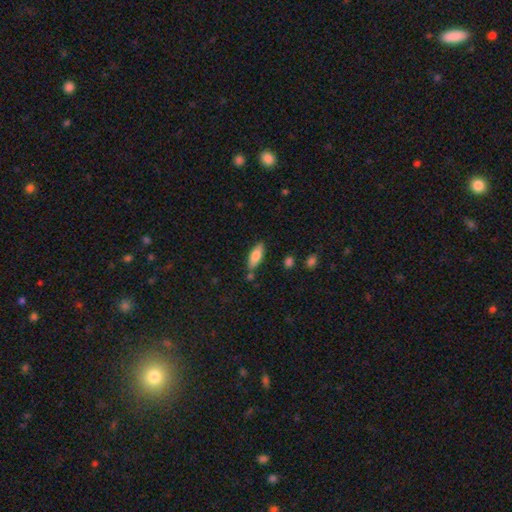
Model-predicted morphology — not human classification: This appears to be a smooth galaxy with no disk features (73%) that is in between round and cigar-shaped (65%). Merging: none (79%).